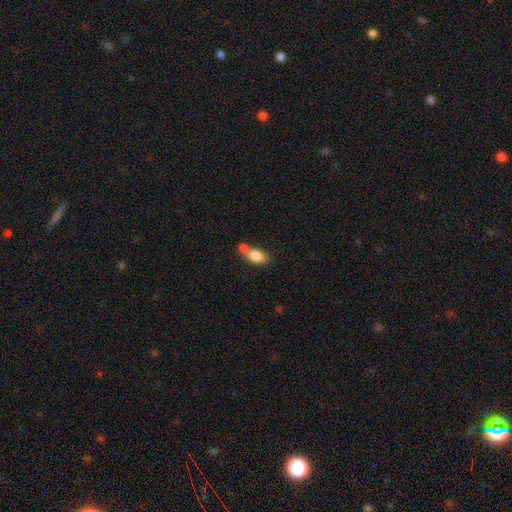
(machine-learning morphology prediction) A smooth galaxy with no disk features (80%) that is in between round and cigar-shaped (86%). Merging: merger (47%).